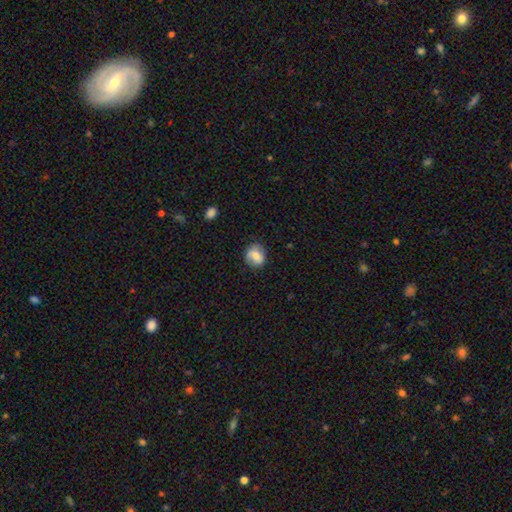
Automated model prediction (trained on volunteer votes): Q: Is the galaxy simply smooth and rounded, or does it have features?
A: smooth — 71%.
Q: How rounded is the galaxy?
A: round — 72%.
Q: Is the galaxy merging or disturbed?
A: none — 77%.